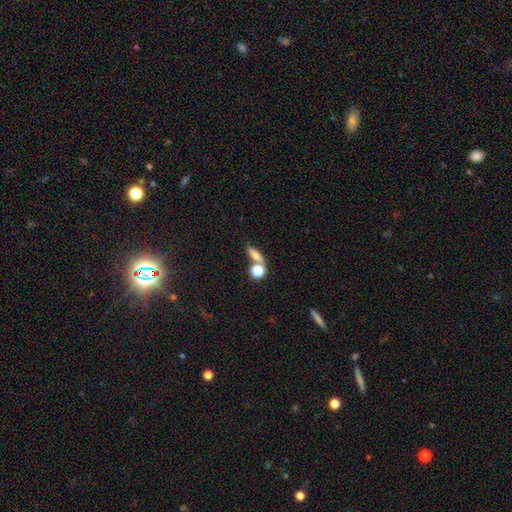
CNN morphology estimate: Smooth or featured? smooth (68%)
How rounded? in between (47%)
Merging? none (52%)